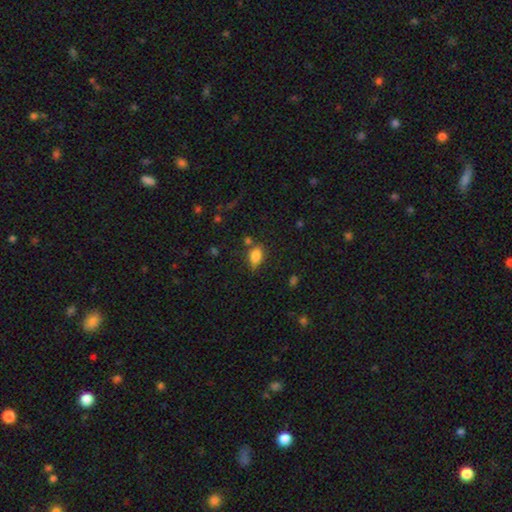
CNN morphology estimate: The model was most divided on "merging": none: 60%, minor disturbance: 25%, merger: 9%, major disturbance: 7%. More confident: how rounded — in between (85%); smooth or featured — smooth (83%).